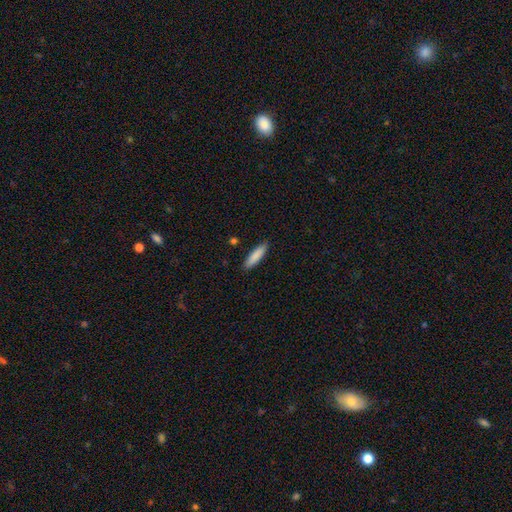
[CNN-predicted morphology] smooth-or-featured: smooth: 85% | featured or disk: 9% | star or artifact: 6%
  how-rounded: cigar-shaped: 79% | in between: 20% | round: 1%
  merging: none: 89% | minor disturbance: 8% | major disturbance: 2% | merger: 1%